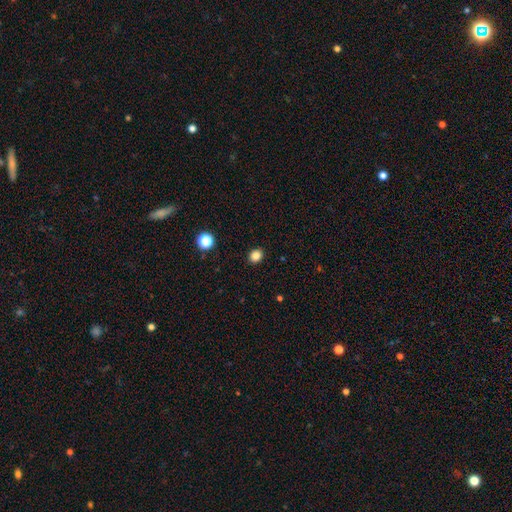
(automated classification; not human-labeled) smooth 83%, star or artifact 12%, featured or disk 4%. Down the decision tree: how rounded — round (68%); merging — none (91%).